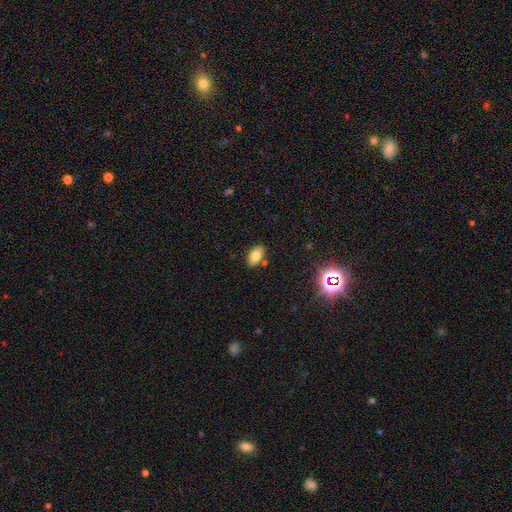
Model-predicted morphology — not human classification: Q: Smooth or featured?
A: smooth (79%); runner-up: star or artifact (11%)
Q: How rounded?
A: in between (92%); runner-up: round (4%)
Q: Merging?
A: none (81%); runner-up: minor disturbance (11%)